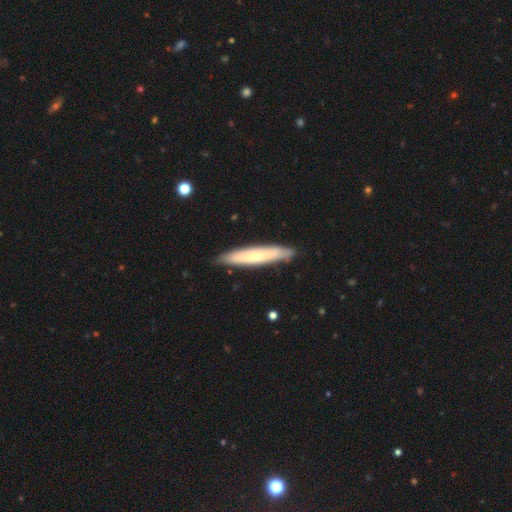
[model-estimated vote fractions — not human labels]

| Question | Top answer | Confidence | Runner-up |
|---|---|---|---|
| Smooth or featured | smooth | 51% | featured or disk (44%) |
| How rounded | cigar-shaped | 90% | in between (9%) |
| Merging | none | 88% | minor disturbance (10%) |